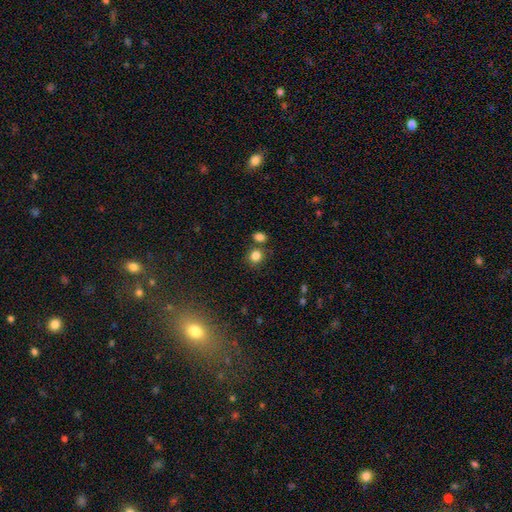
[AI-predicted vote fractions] Smooth or featured?
  - smooth: 83% *
  - star or artifact: 12%
  - featured or disk: 5%
How rounded?
  - round: 76% *
  - in between: 23%
  - cigar-shaped: 1%
Merging?
  - none: 69% *
  - merger: 17%
  - minor disturbance: 10%
  - major disturbance: 3%